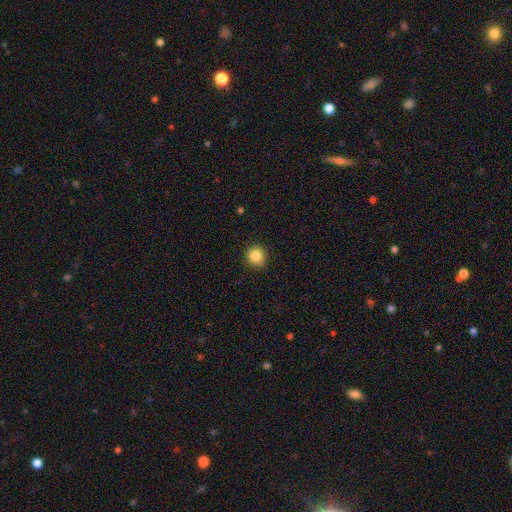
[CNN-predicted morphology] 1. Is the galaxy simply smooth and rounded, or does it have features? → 85% smooth, 10% star or artifact, 5% featured or disk.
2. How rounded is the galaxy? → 89% round, 10% in between, 1% cigar-shaped.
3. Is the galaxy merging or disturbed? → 83% none, 13% minor disturbance, 2% major disturbance, 1% merger.